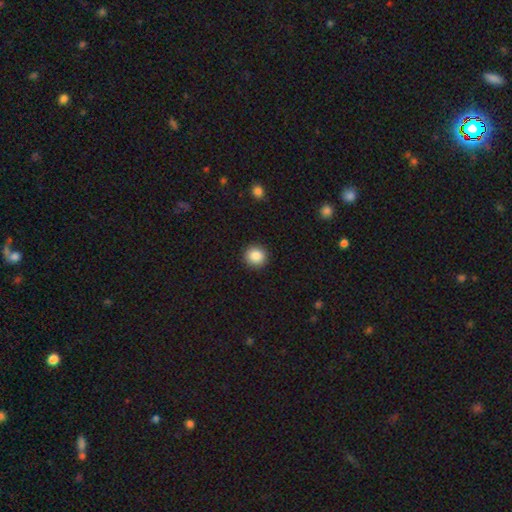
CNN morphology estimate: This is clearly a smooth galaxy (87%). How rounded: clearly round (92%). Merging: clearly none (92%).